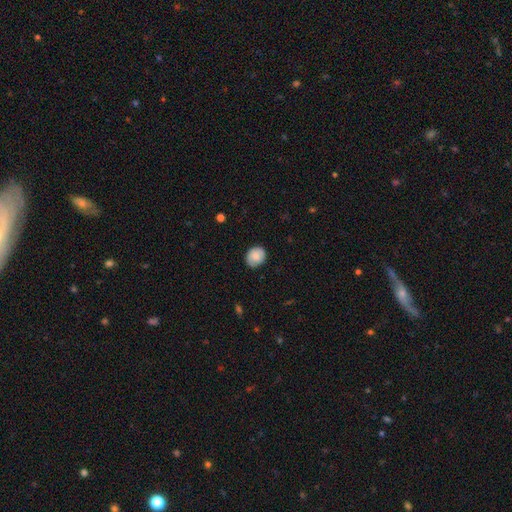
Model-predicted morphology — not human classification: Q: Smooth or featured?
A: smooth (80%); runner-up: featured or disk (13%)
Q: How rounded?
A: round (64%); runner-up: in between (35%)
Q: Merging?
A: none (78%); runner-up: minor disturbance (18%)